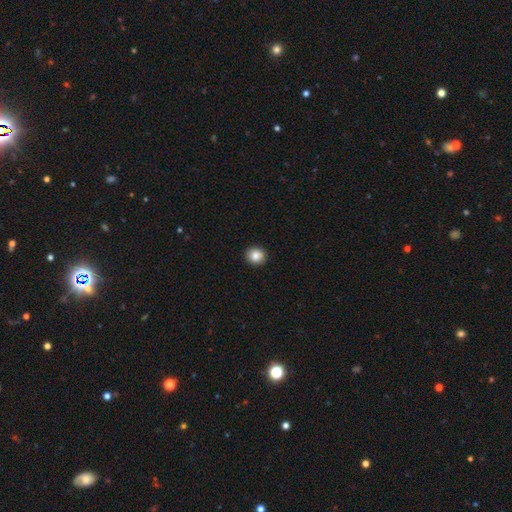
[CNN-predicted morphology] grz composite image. It shows a smooth galaxy with no disk features (86%) that is round (85%). Merging: none (92%).